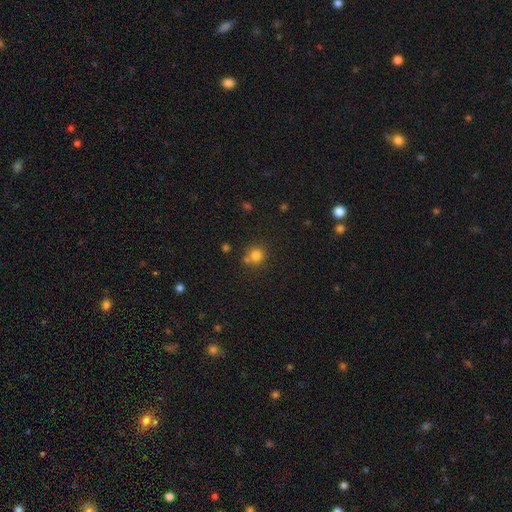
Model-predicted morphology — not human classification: Q: Smooth or featured?
A: smooth (80%); runner-up: star or artifact (14%)
Q: How rounded?
A: round (88%); runner-up: in between (11%)
Q: Merging?
A: none (64%); runner-up: merger (20%)